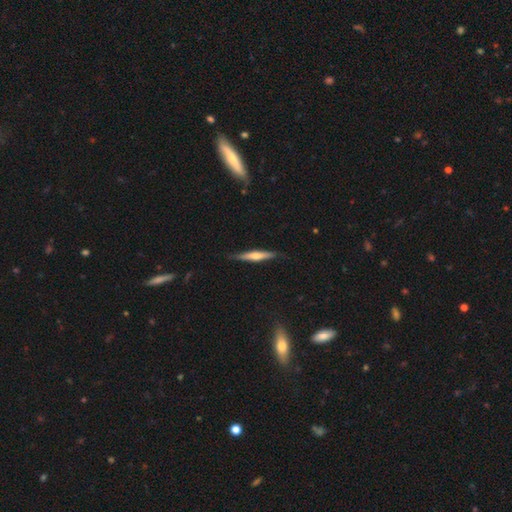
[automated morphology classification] Smooth or featured: featured or disk — 52% (smooth — 42%)
Edge-on disk: yes — 95% (no — 5%)
Merging: none — 84% (minor disturbance — 12%)